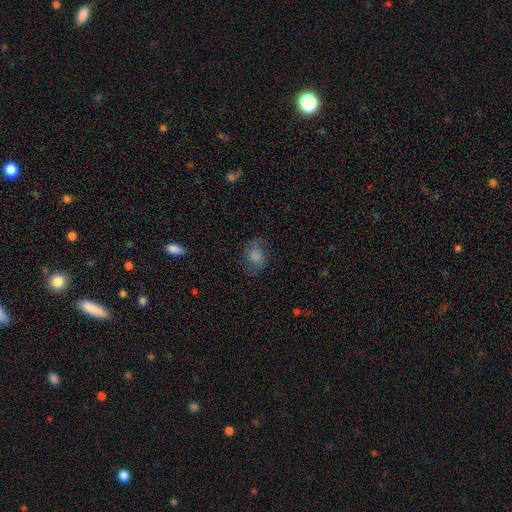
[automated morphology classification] This appears to be a smooth galaxy with no disk features (67%) that is in between round and cigar-shaped (60%). Merging: none (65%).